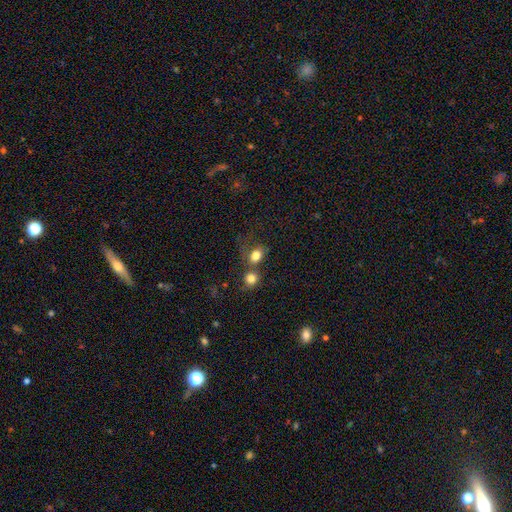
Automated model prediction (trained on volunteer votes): This is clearly a smooth galaxy (80%). How rounded: possibly in between (50%). Merging: marginally merger (39%).